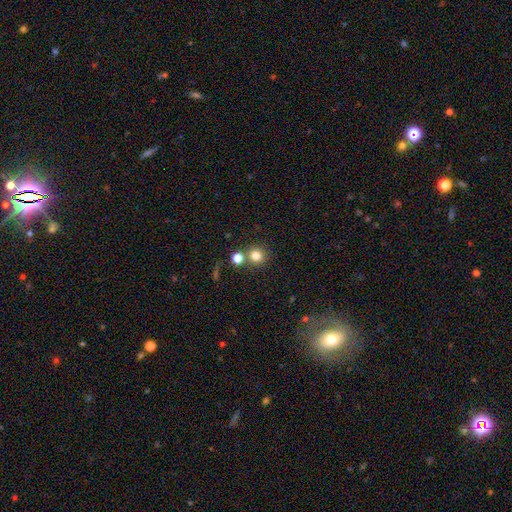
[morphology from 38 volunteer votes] This is clearly a smooth galaxy (82%). How rounded: clearly round (100%). Merging: likely none (69%).